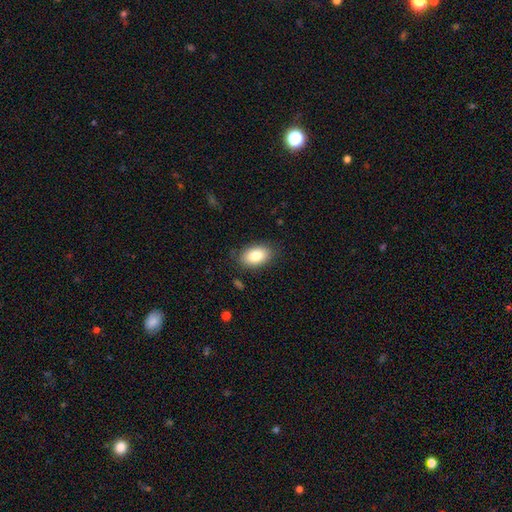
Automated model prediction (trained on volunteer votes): Smooth or featured?
  - smooth: 84% *
  - featured or disk: 9%
  - star or artifact: 7%
How rounded?
  - in between: 92% *
  - round: 7%
  - cigar-shaped: 1%
Merging?
  - none: 83% *
  - minor disturbance: 13%
  - major disturbance: 3%
  - merger: 1%